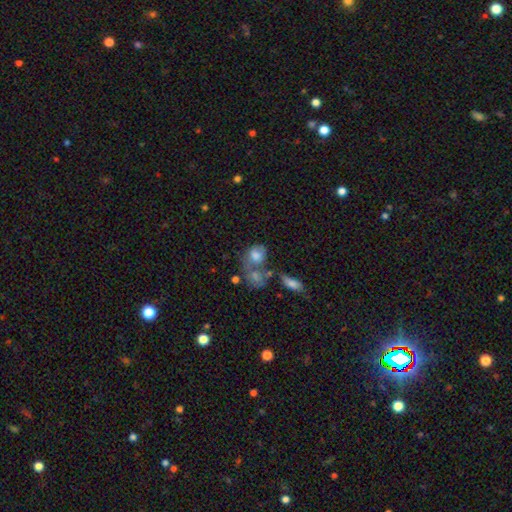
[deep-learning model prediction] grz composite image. It shows a smooth galaxy with no disk features (68%) that is in between round and cigar-shaped (59%). Merging: merger (44%).